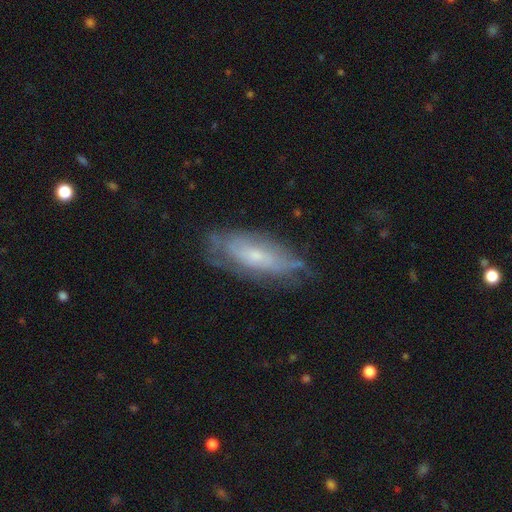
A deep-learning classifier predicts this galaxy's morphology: Smooth or featured?
  - featured or disk: 58% *
  - smooth: 35%
  - star or artifact: 7%
Edge-on disk?
  - no: 80% *
  - yes: 20%
Merging?
  - none: 62% *
  - minor disturbance: 27%
  - major disturbance: 10%
  - merger: 2%